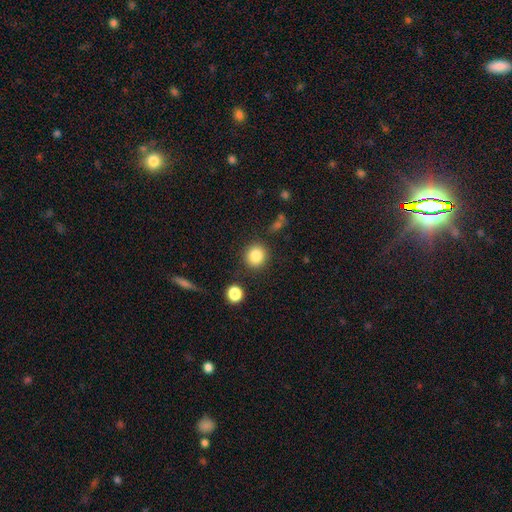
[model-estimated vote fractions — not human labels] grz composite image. It shows a smooth galaxy with no disk features (85%) that is round (88%). Merging: none (86%).